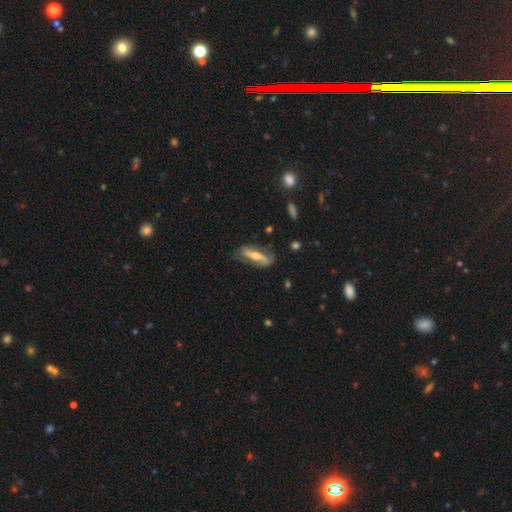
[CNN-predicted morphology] smooth-or-featured: featured or disk: 67% | smooth: 26% | star or artifact: 6%
  disk-edge-on: no: 67% | yes: 33%
  merging: none: 68% | minor disturbance: 22% | major disturbance: 8% | merger: 2%